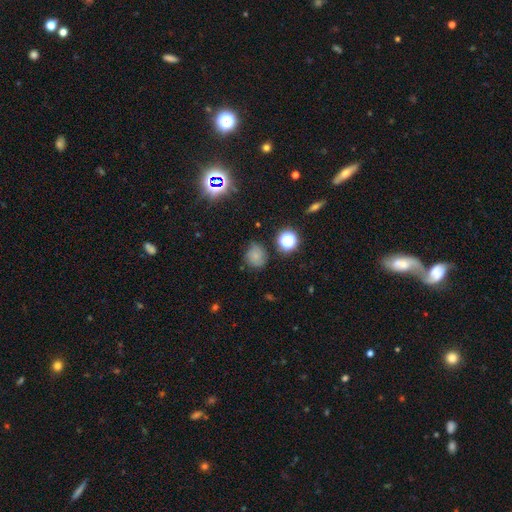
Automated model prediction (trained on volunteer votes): This appears to be a smooth galaxy with no disk features (69%) that is round (76%). Merging: none (71%).